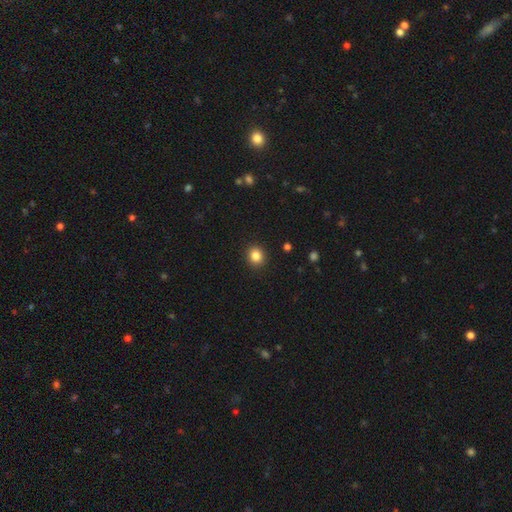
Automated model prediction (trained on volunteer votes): smooth 85%, star or artifact 11%, featured or disk 5%. Down the decision tree: how rounded — round (79%); merging — none (92%).